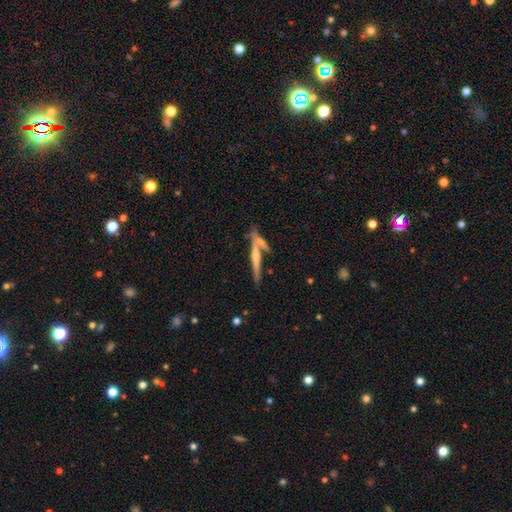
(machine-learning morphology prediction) The model was most divided on "smooth or featured": featured or disk: 66%, smooth: 25%, star or artifact: 8%. More confident: edge-on disk — yes (93%); edge-on bulge — rounded (67%); merging — none (62%).